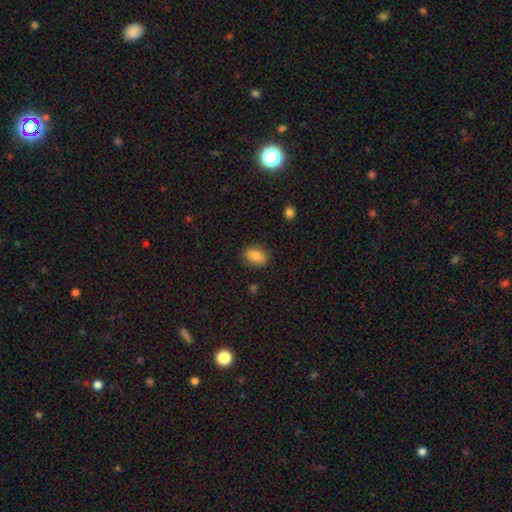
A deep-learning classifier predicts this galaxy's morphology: Overall: smooth (84%). How rounded: in between (81%). Merging: none (85%).